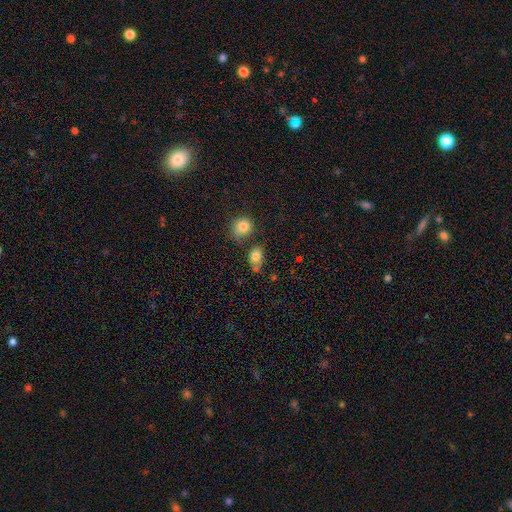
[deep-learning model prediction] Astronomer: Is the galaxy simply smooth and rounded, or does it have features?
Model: smooth — 81%.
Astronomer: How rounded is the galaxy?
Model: in between — 66%.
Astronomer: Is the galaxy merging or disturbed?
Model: none — 61%.